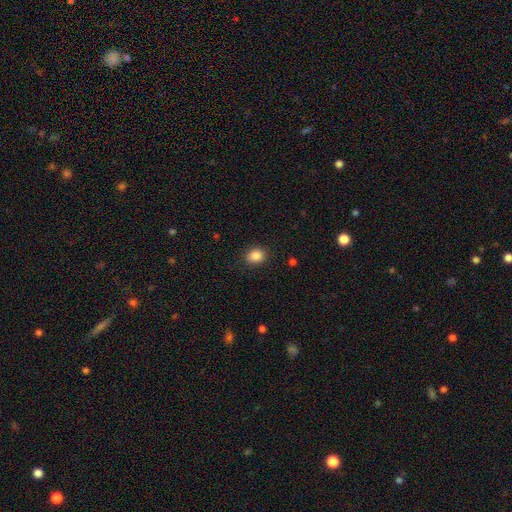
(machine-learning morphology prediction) Q: Smooth or featured?
A: smooth (87%); runner-up: star or artifact (9%)
Q: How rounded?
A: round (51%); runner-up: in between (48%)
Q: Merging?
A: none (88%); runner-up: minor disturbance (9%)